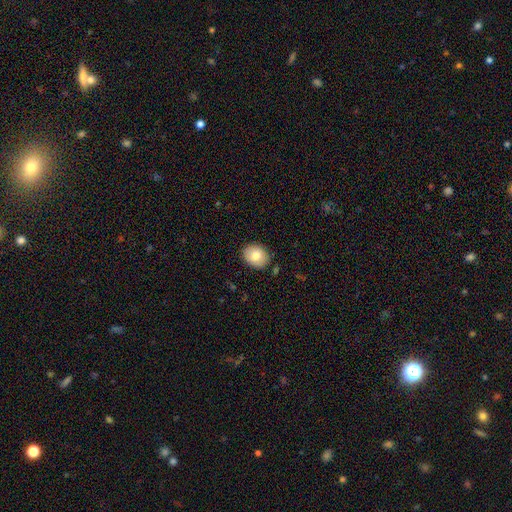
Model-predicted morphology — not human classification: Overall: smooth (80%). How rounded: round (52%; in between 47%). Merging: none (85%).